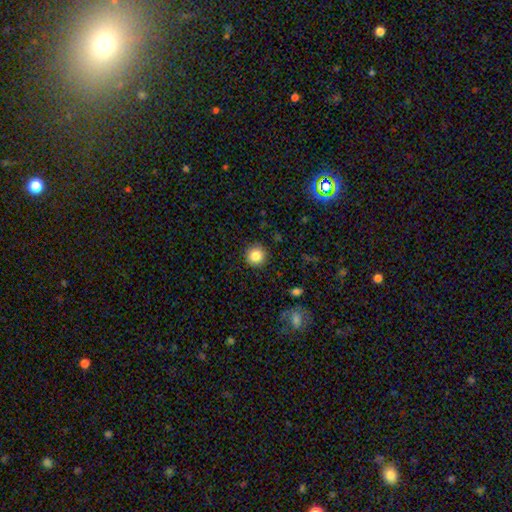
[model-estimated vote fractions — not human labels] Morphology: type=smooth (85%); roundness=round (95%); merging=none (91%).